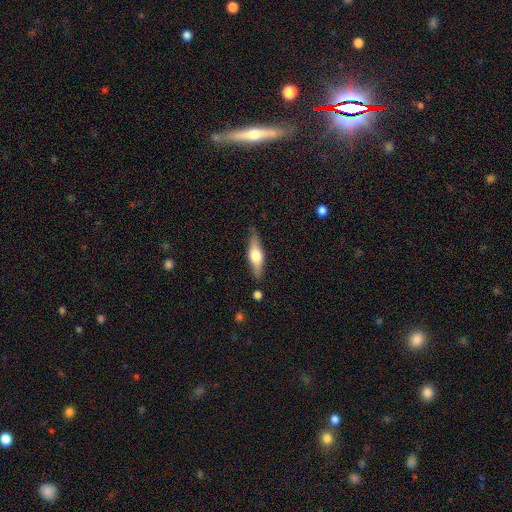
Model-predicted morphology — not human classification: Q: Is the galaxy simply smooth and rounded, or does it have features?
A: featured or disk — 55%.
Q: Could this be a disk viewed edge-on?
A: yes — 93%.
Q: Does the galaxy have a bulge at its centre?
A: rounded — 91%.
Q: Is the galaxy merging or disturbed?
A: none — 82%.